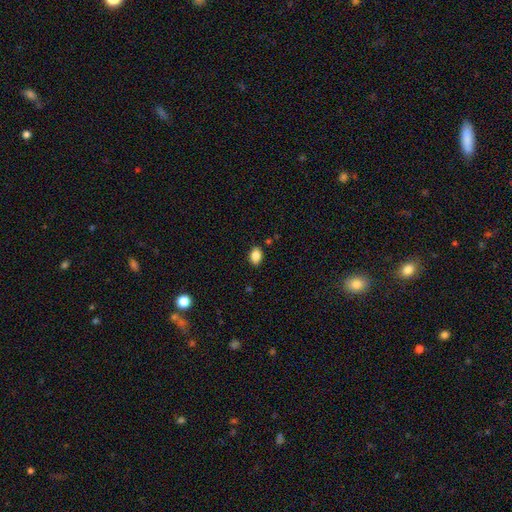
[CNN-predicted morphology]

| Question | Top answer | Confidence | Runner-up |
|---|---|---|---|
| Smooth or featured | smooth | 87% | star or artifact (9%) |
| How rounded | in between | 83% | round (16%) |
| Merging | none | 87% | minor disturbance (9%) |